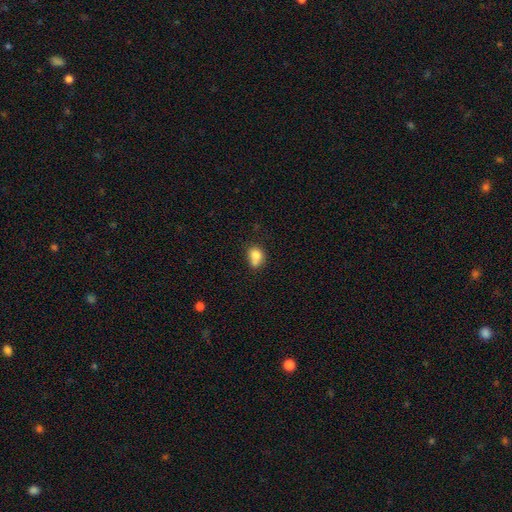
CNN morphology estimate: Smooth or featured? Predicted: smooth (p=0.78). How rounded? Predicted: in between (p=0.51). Merging? Predicted: none (p=0.38).